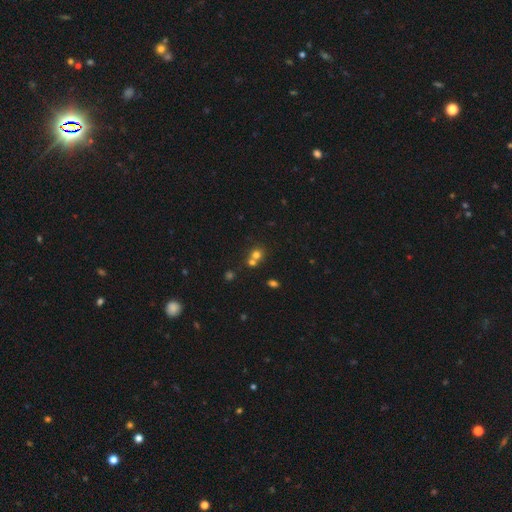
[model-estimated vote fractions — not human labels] Overall: smooth (67%). How rounded: round (84%). Merging: none (49%; merger 41%).